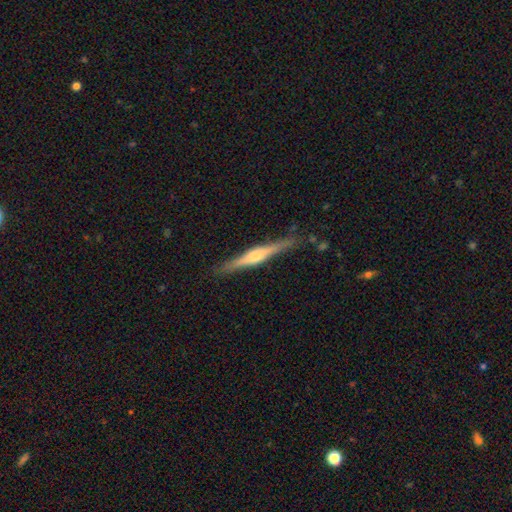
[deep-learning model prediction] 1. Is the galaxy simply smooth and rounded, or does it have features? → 72% featured or disk, 22% smooth, 6% star or artifact.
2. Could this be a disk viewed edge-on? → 98% yes, 2% no.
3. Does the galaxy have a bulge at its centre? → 83% rounded, 10% boxy, 7% none.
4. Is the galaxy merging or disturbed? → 87% none, 10% minor disturbance, 2% major disturbance, 1% merger.